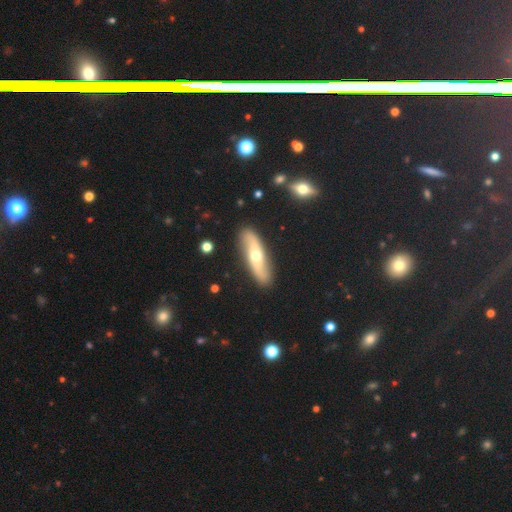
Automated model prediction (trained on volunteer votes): Overall: featured or disk (56%; smooth 38%). Edge-on disk: no (62%; yes 38%). Merging: none (87%).